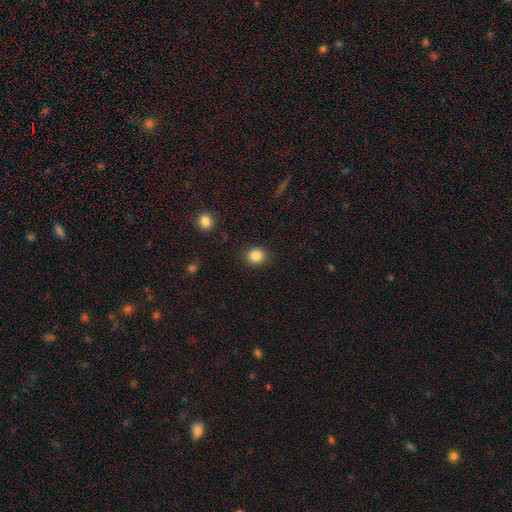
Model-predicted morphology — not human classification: Smooth or featured: smooth — 85% (star or artifact — 11%)
How rounded: round — 76% (in between — 23%)
Merging: none — 89% (minor disturbance — 8%)